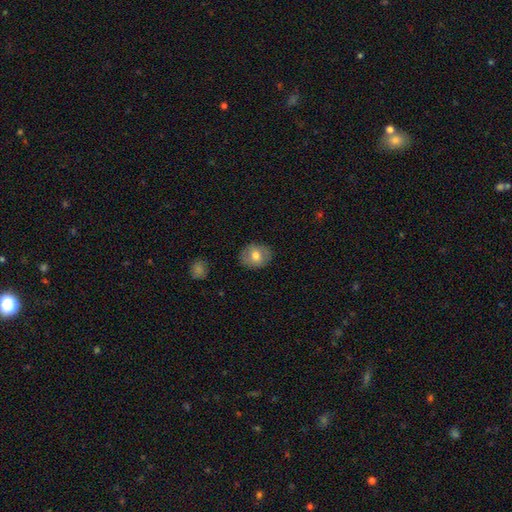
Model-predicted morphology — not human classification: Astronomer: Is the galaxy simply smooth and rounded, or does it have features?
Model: smooth — 70%.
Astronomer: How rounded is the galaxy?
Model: round — 56% (runner-up: in between, 43%).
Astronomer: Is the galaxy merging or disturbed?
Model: none — 85%.